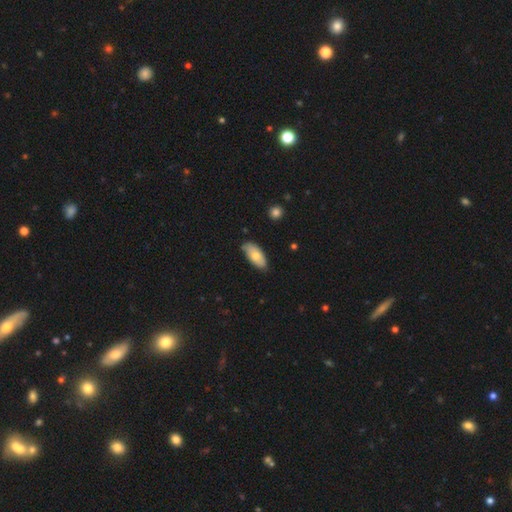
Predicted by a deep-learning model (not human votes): Overall: smooth (71%). How rounded: in between (90%). Merging: none (75%).